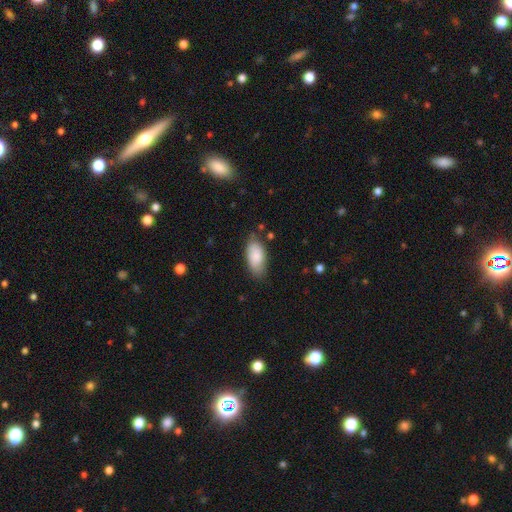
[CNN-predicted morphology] Smooth or featured? smooth (86%)
How rounded? in between (92%)
Merging? none (73%)